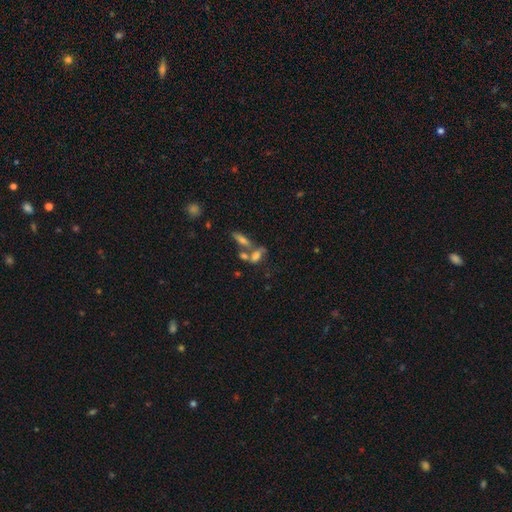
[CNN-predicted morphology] A smooth galaxy with no disk features (58%) that is in between round and cigar-shaped (71%). Merging: merger (47%).